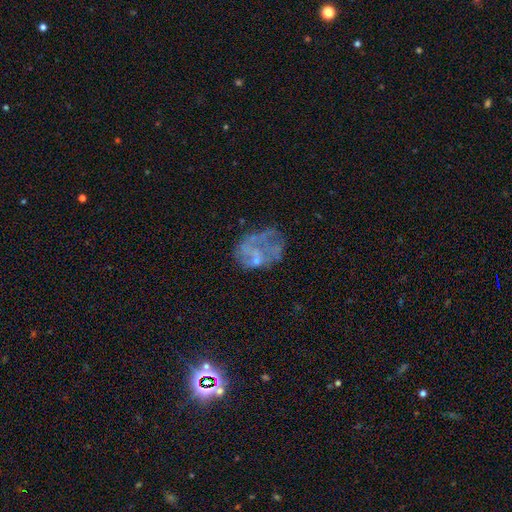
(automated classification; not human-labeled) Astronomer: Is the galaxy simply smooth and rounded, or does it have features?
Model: featured or disk — 58%.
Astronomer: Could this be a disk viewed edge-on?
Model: no — 98%.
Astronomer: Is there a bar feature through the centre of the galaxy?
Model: no — 90%.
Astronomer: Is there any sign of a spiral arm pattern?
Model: no — 86%.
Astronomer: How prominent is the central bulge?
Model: none — 58%.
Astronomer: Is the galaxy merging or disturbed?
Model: none — 36% (runner-up: major disturbance, 33%).